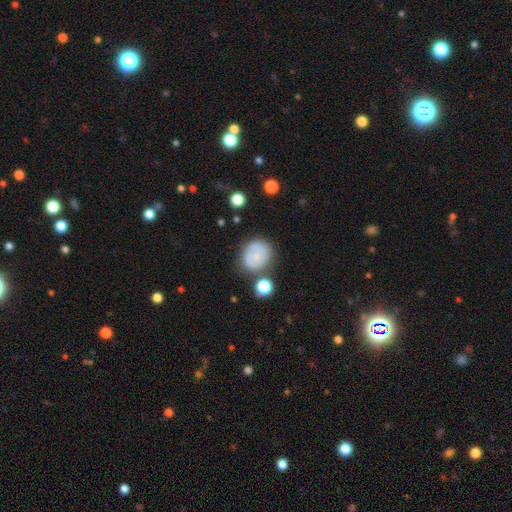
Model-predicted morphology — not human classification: This is possibly a smooth galaxy (54%). How rounded: likely round (72%). Merging: likely none (63%).